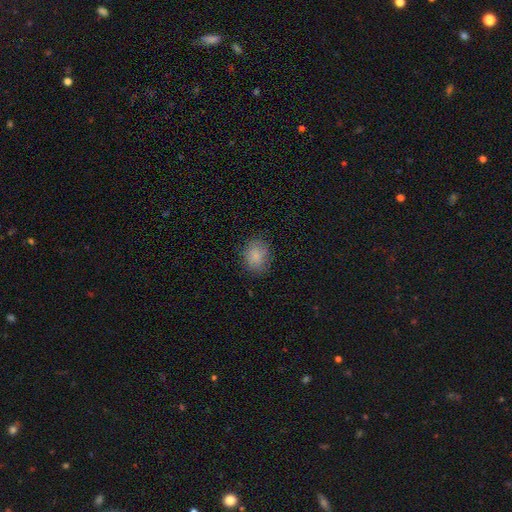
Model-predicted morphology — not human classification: Overall: smooth (82%). How rounded: in between (52%; round 47%). Merging: none (78%).